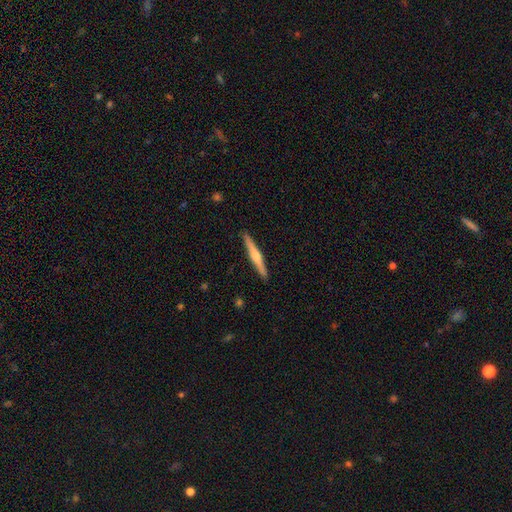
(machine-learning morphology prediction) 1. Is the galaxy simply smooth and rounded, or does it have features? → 57% featured or disk, 37% smooth, 5% star or artifact.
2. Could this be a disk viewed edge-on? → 98% yes, 2% no.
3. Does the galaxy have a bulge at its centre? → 77% rounded, 13% none, 10% boxy.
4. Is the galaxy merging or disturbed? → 91% none, 7% minor disturbance, 1% major disturbance, 1% merger.